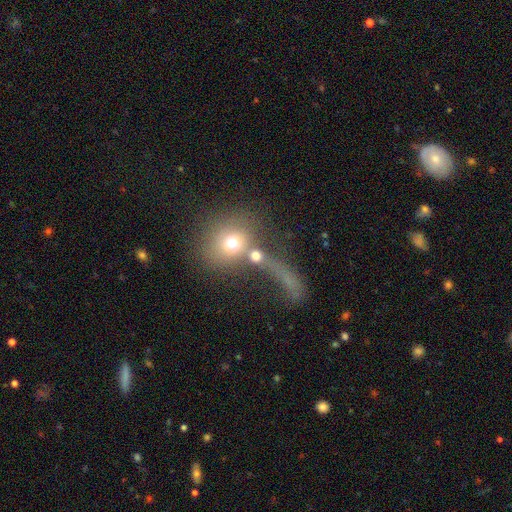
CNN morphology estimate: Q: Smooth or featured?
A: smooth (57%); runner-up: star or artifact (22%)
Q: How rounded?
A: round (73%); runner-up: in between (23%)
Q: Merging?
A: none (40%); runner-up: merger (38%)